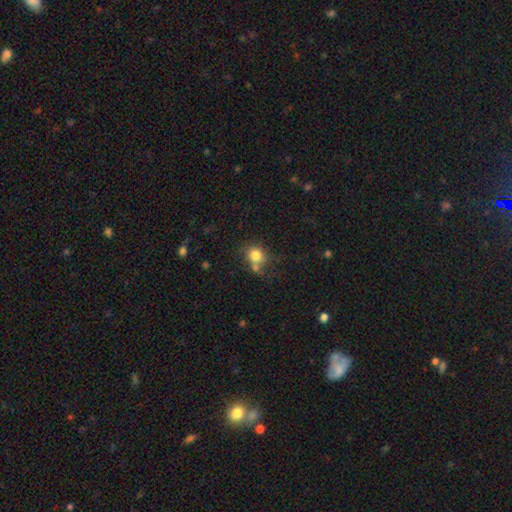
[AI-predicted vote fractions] Smooth or featured: smooth — 78% (star or artifact — 11%)
How rounded: round — 74% (in between — 25%)
Merging: none — 50% (merger — 24%)